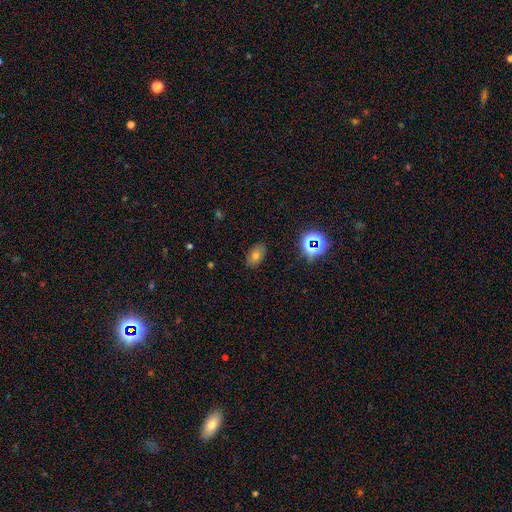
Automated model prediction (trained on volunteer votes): smooth-or-featured: smooth: 69% | star or artifact: 18% | featured or disk: 14%
  how-rounded: in between: 86% | round: 13% | cigar-shaped: 2%
  merging: none: 84% | minor disturbance: 12% | major disturbance: 3% | merger: 1%